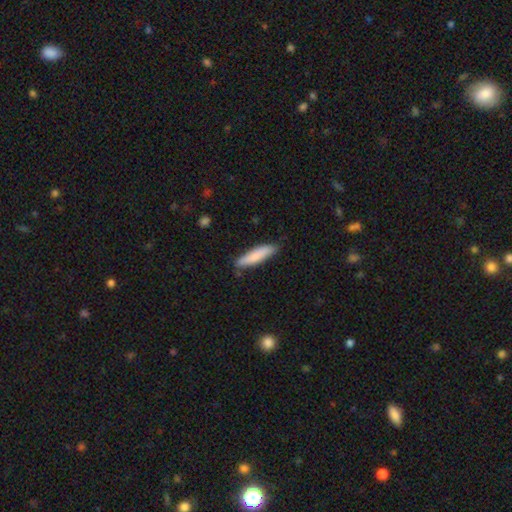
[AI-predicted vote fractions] This is clearly a smooth galaxy (82%). How rounded: likely cigar-shaped (80%). Merging: clearly none (83%).